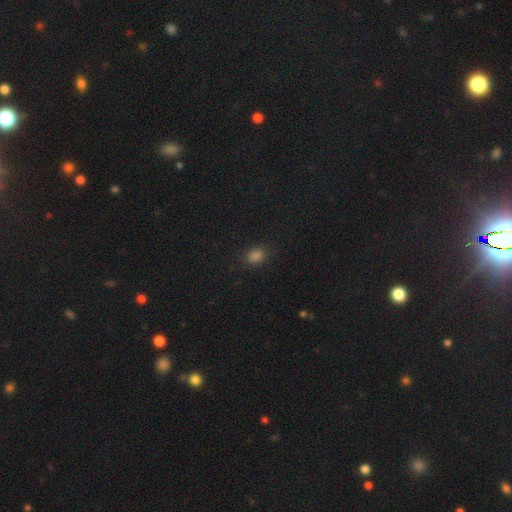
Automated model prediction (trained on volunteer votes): A smooth galaxy with no disk features (81%) that is in between round and cigar-shaped (63%). Merging: none (86%).